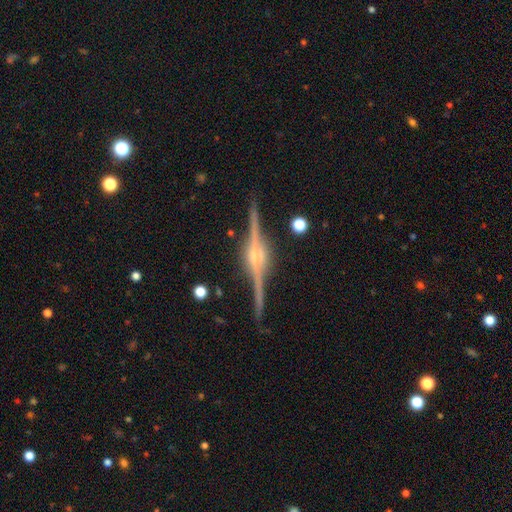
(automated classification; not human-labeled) Overall: featured or disk (91%). Edge-on disk: yes (98%). Edge-on bulge: rounded (79%). Merging: none (90%).